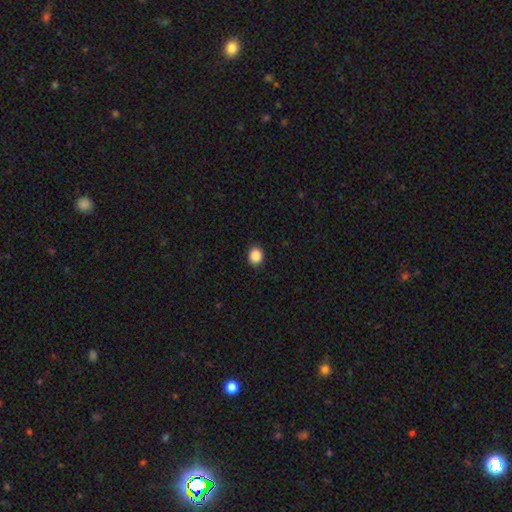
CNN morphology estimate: Smooth or featured? Predicted: smooth (p=0.89). How rounded? Predicted: round (p=0.72). Merging? Predicted: none (p=0.92).